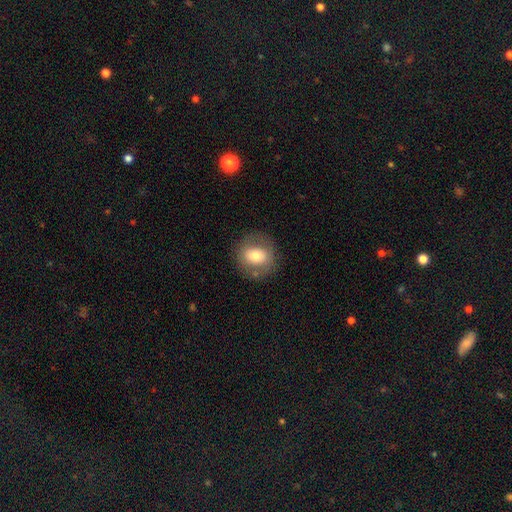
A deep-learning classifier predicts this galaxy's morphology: Overall: smooth (67%). How rounded: round (73%). Merging: none (80%).